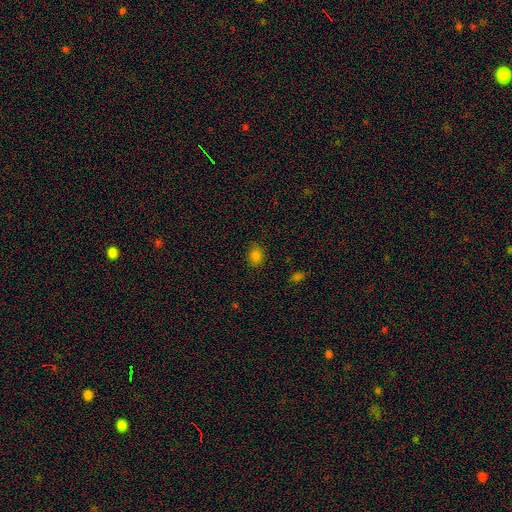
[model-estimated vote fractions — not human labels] The model was most divided on "how rounded": round: 60%, in between: 39%, cigar-shaped: 1%. More confident: merging — none (82%); smooth or featured — smooth (81%).